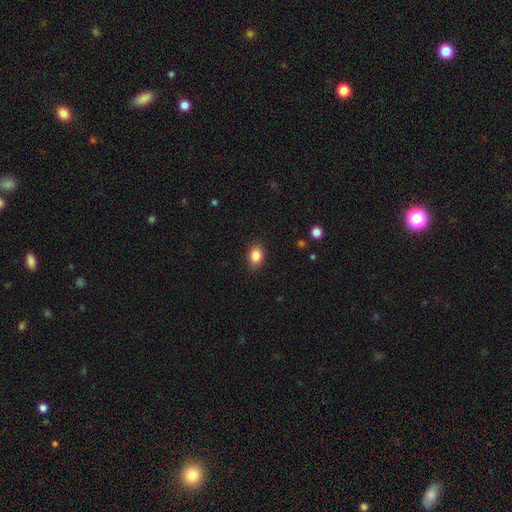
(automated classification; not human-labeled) Smooth or featured?
  - smooth: 86% *
  - star or artifact: 9%
  - featured or disk: 5%
How rounded?
  - in between: 67% *
  - round: 32%
  - cigar-shaped: 1%
Merging?
  - none: 87% *
  - minor disturbance: 9%
  - major disturbance: 2%
  - merger: 1%